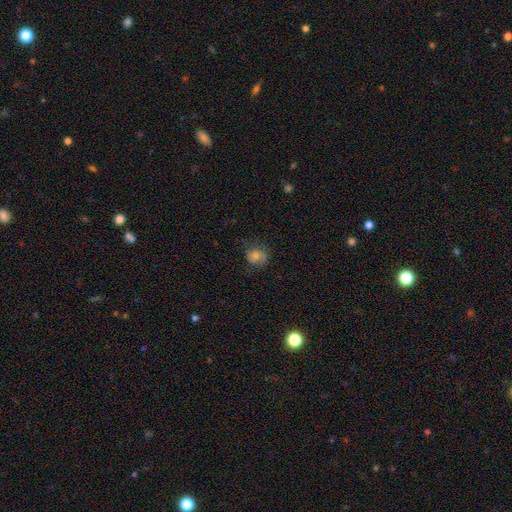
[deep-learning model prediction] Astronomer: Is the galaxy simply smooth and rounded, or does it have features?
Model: smooth — 55% (runner-up: featured or disk, 33%).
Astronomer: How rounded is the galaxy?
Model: round — 70%.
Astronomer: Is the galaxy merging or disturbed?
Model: none — 59%.